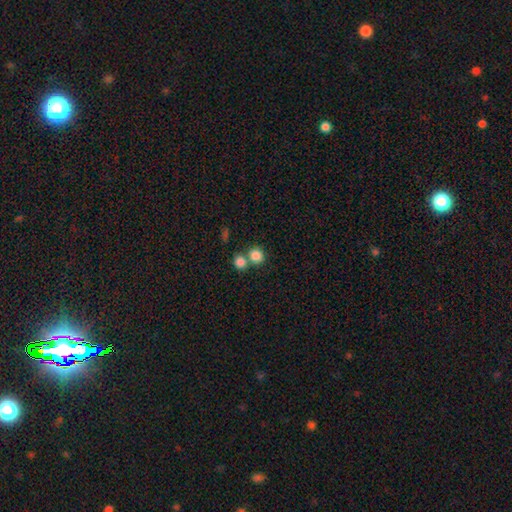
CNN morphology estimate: Smooth or featured? Predicted: smooth (p=0.83). How rounded? Predicted: round (p=0.89). Merging? Predicted: none (p=0.57).